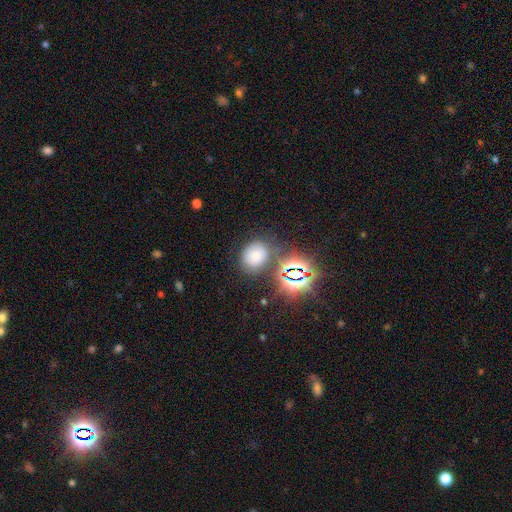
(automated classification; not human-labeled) Smooth or featured? smooth (62%)
How rounded? round (58%)
Merging? none (72%)